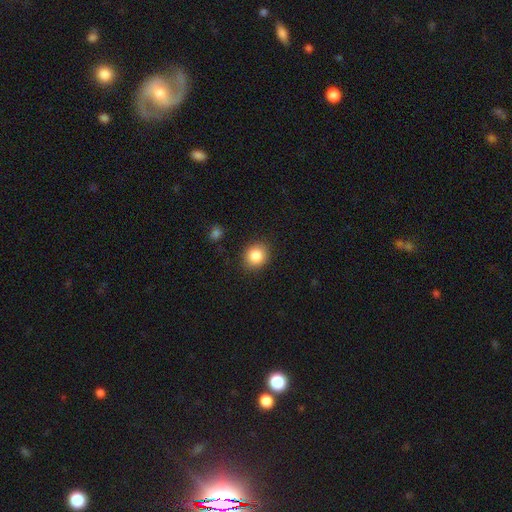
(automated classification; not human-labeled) This is clearly a smooth galaxy (86%). How rounded: likely round (76%). Merging: clearly none (87%).